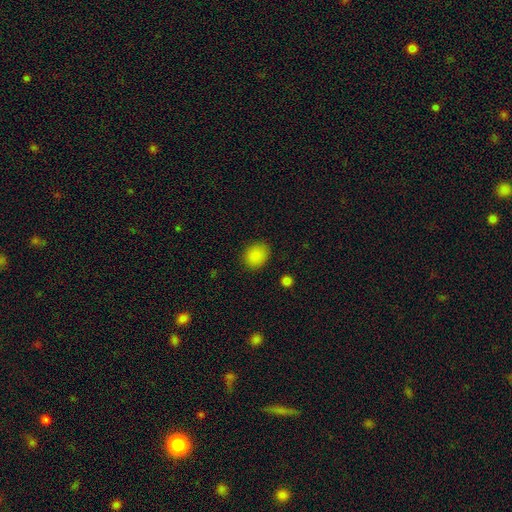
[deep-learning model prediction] A smooth galaxy with no disk features (87%) that is round (50%). Merging: none (86%).